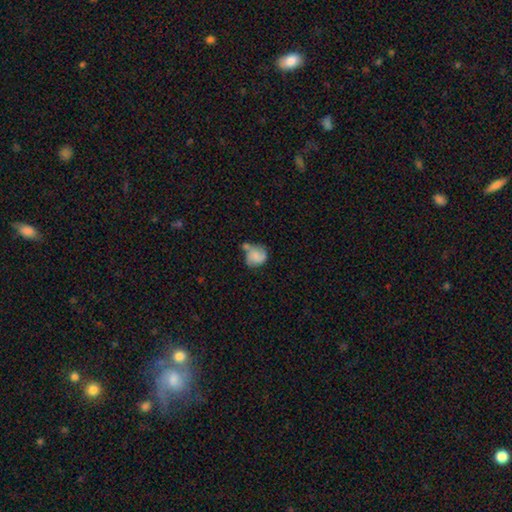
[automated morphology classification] A smooth galaxy with no disk features (65%) that is round (73%). Merging: none (35%).